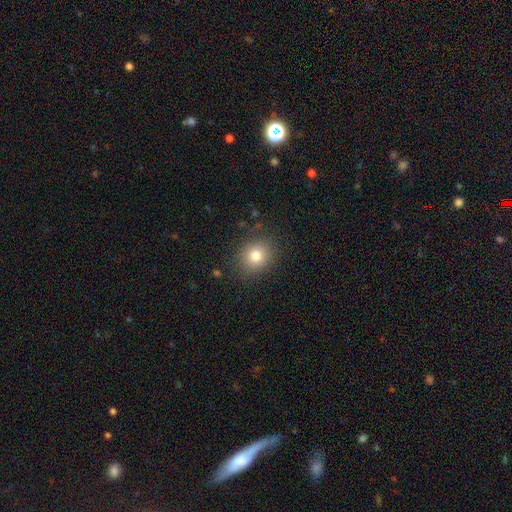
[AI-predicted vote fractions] Overall: smooth (79%). How rounded: round (77%). Merging: none (86%).